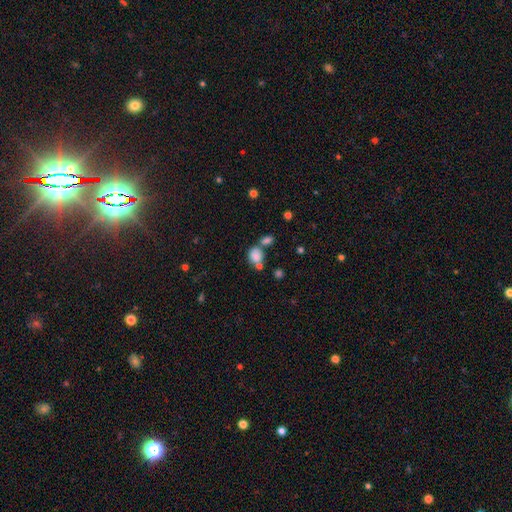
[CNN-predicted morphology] type=smooth (80%); roundness=round (53%); merging=none (45%).